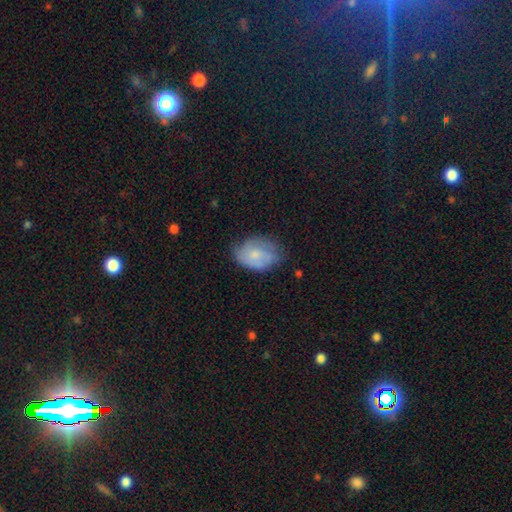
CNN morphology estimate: smooth 60%, featured or disk 33%, star or artifact 7%. Down the decision tree: how rounded — in between (80%); merging — none (57%).